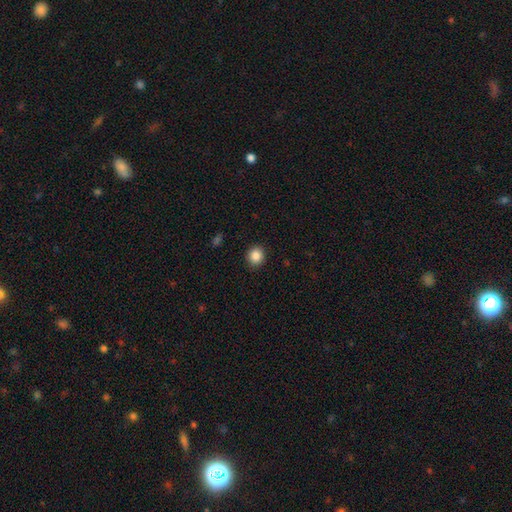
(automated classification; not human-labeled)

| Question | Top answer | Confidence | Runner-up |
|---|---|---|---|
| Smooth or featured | smooth | 87% | star or artifact (10%) |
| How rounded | round | 86% | in between (13%) |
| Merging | none | 91% | minor disturbance (6%) |